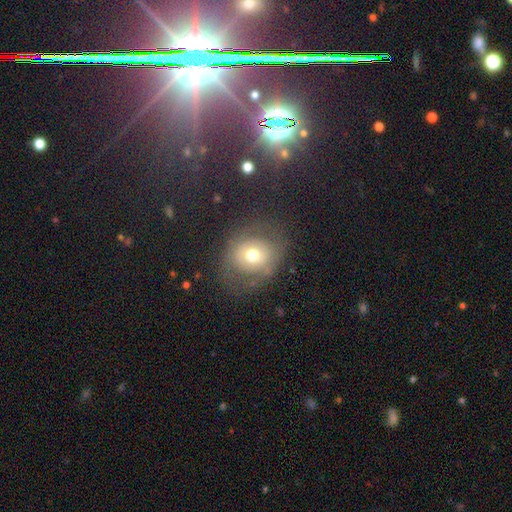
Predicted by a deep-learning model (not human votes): Morphology: type=smooth (50%); merging=none (68%).